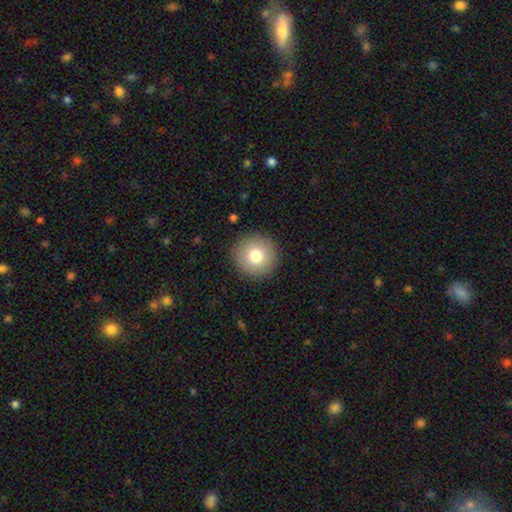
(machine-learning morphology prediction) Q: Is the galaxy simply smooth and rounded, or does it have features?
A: smooth — 78%.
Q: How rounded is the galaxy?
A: round — 96%.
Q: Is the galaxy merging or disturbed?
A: none — 92%.